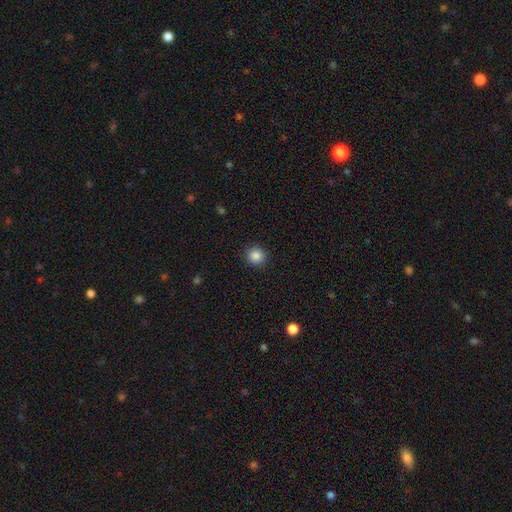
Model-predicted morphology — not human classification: smooth-or-featured: smooth: 86% | star or artifact: 10% | featured or disk: 4%
  how-rounded: round: 92% | in between: 7% | cigar-shaped: 1%
  merging: none: 92% | minor disturbance: 5% | major disturbance: 2% | merger: 1%